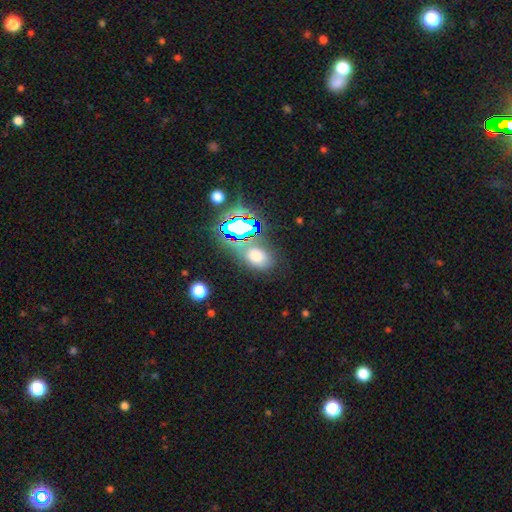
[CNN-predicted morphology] smooth 57%, star or artifact 33%, featured or disk 10%. Down the decision tree: how rounded — in between (69%); merging — none (72%).